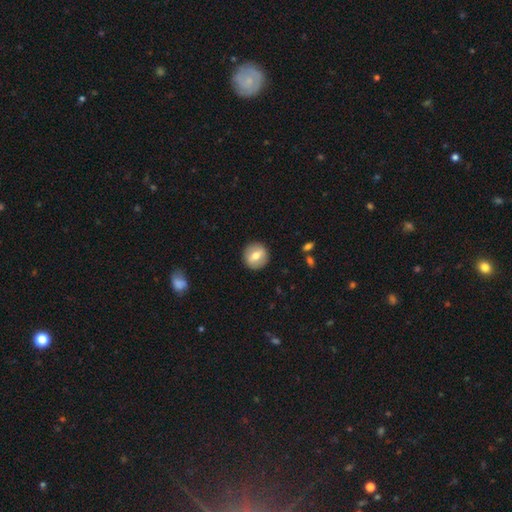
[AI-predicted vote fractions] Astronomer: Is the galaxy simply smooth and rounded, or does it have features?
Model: smooth — 60%.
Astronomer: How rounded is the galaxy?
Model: round — 88%.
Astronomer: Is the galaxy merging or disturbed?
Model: none — 90%.